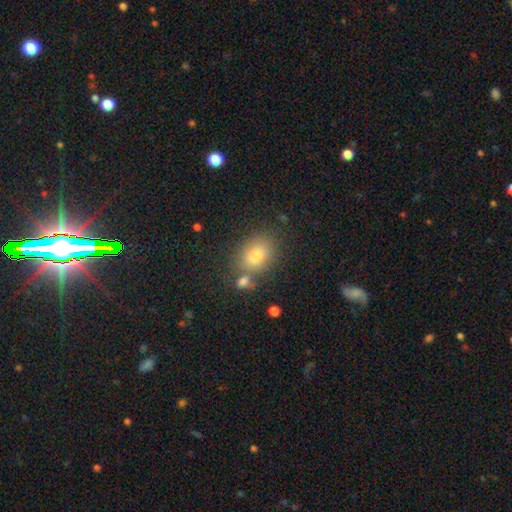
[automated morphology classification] This is likely a smooth galaxy (78%). How rounded: likely in between (72%). Merging: likely none (67%).